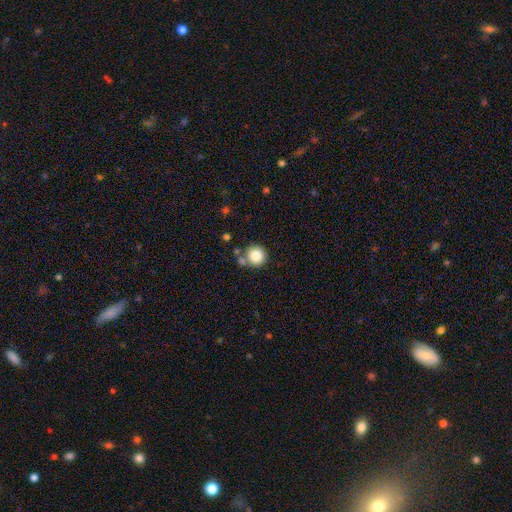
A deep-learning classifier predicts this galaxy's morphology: smooth_or_featured: smooth (p=0.84) [alt: star or artifact p=0.10]
how_rounded: round (p=0.94) [alt: in between p=0.05]
merging: none (p=0.73) [alt: merger p=0.14]